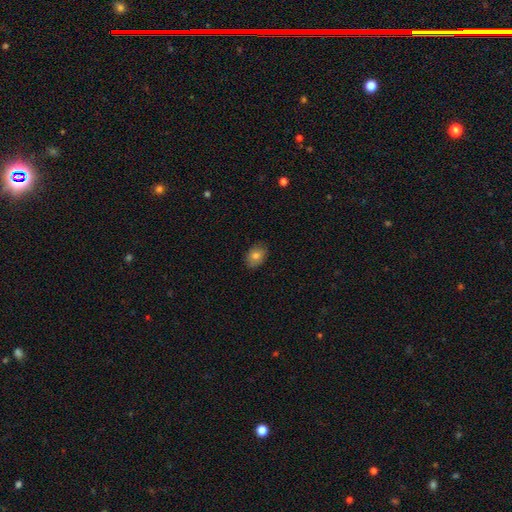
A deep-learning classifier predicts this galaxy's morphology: type=smooth (80%); roundness=in between (74%); merging=none (83%).